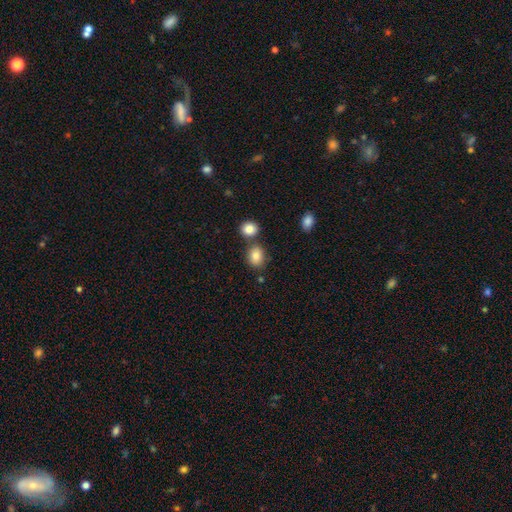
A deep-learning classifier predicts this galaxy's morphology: Overall: smooth (83%). How rounded: round (61%; in between 38%). Merging: none (67%).